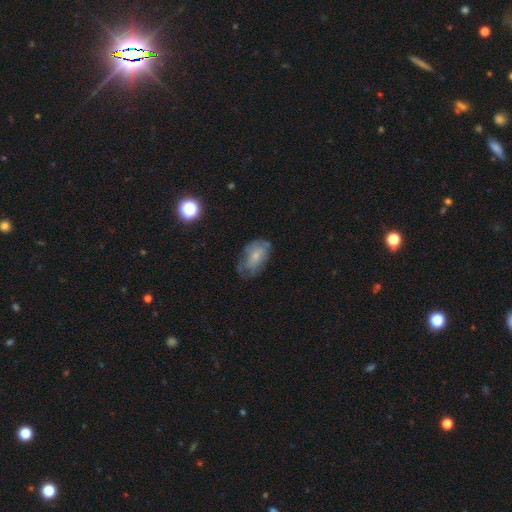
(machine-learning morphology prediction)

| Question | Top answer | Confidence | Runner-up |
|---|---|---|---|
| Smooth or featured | smooth | 51% | featured or disk (40%) |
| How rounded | in between | 87% | round (11%) |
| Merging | none | 51% | minor disturbance (31%) |